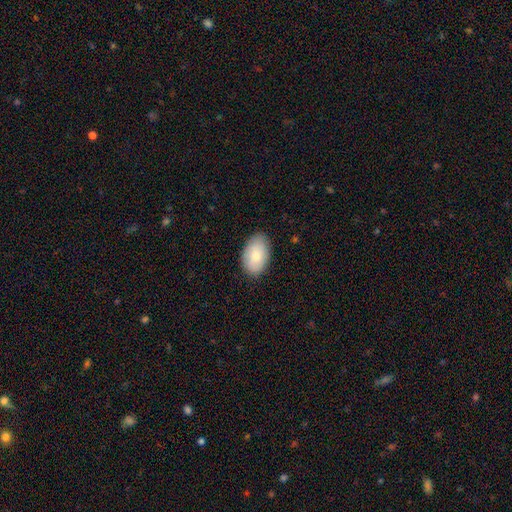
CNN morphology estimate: smooth-or-featured: smooth: 78% | featured or disk: 16% | star or artifact: 6%
  how-rounded: in between: 91% | round: 8% | cigar-shaped: 1%
  merging: none: 83% | minor disturbance: 13% | major disturbance: 2% | merger: 1%